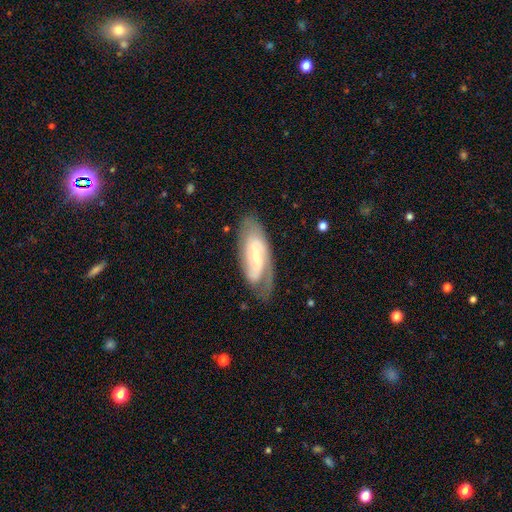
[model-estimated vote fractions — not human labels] Q: Smooth or featured?
A: featured or disk (79%); runner-up: smooth (16%)
Q: Edge-on disk?
A: no (92%); runner-up: yes (8%)
Q: Bar?
A: weak (43%); runner-up: no (34%)
Q: Spiral arms?
A: yes (93%); runner-up: no (7%)
Q: Spiral winding?
A: medium (44%); runner-up: tight (38%)
Q: Spiral arm count?
A: 2 (68%); runner-up: can't tell (15%)
Q: Bulge size?
A: small (61%); runner-up: moderate (33%)
Q: Merging?
A: none (71%); runner-up: minor disturbance (20%)